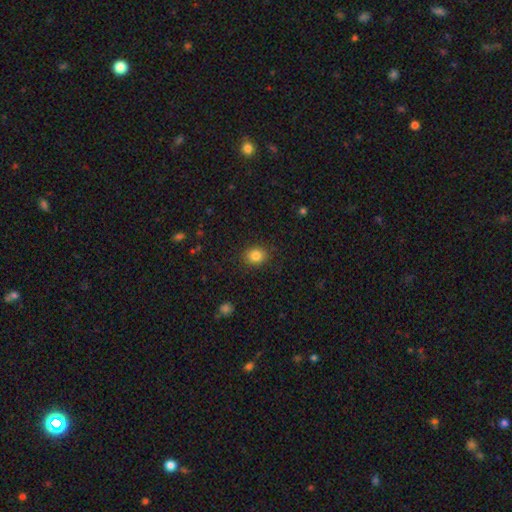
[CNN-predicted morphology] This appears to be a smooth galaxy with no disk features (84%) that is round (63%). Merging: none (88%).